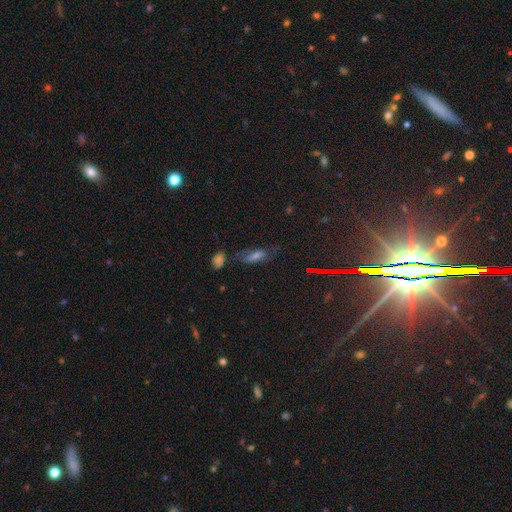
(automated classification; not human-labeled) The model was most divided on "smooth or featured": smooth: 40%, star or artifact: 33%, featured or disk: 27%. More confident: merging — none (60%).